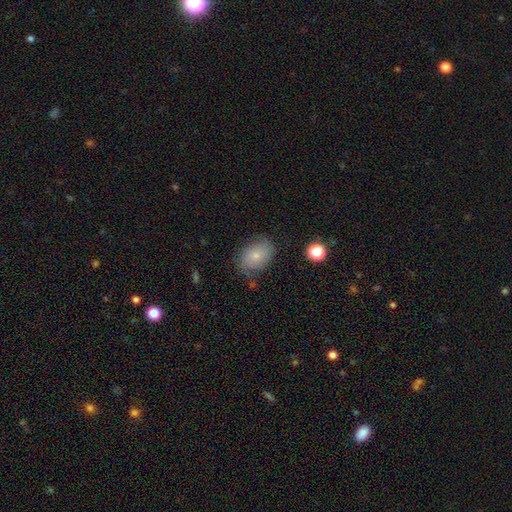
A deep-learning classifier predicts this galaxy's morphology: type=smooth (71%); roundness=in between (81%); merging=none (69%).